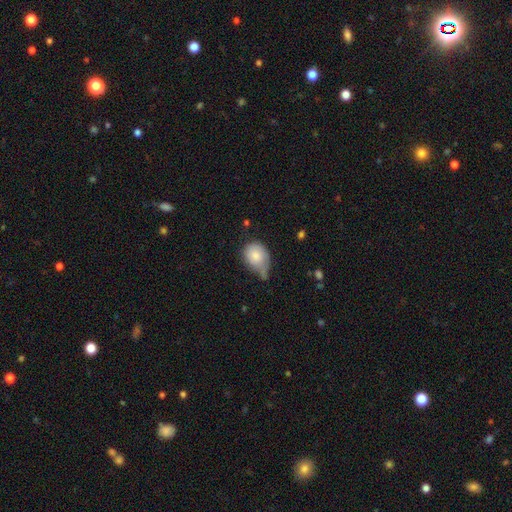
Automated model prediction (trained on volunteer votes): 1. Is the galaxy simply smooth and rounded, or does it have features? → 81% smooth, 12% featured or disk, 7% star or artifact.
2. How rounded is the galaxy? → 55% round, 44% in between, 1% cigar-shaped.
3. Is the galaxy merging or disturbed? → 42% minor disturbance, 30% none, 18% major disturbance, 9% merger.